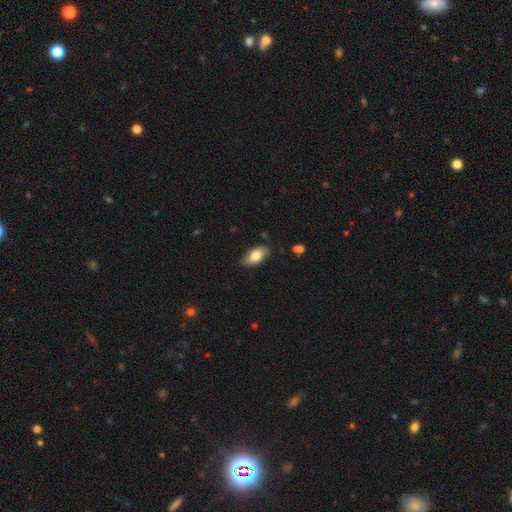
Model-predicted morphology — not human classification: Smooth or featured: smooth — 78% (featured or disk — 15%)
How rounded: in between — 92% (cigar-shaped — 4%)
Merging: none — 84% (minor disturbance — 13%)